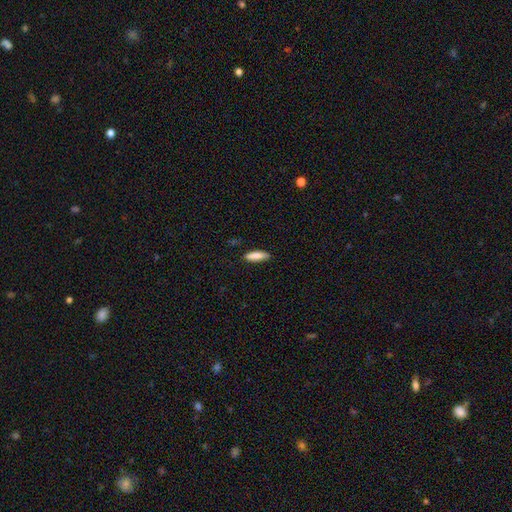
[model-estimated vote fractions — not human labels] smooth-or-featured: smooth: 85% | featured or disk: 9% | star or artifact: 6%
  how-rounded: cigar-shaped: 56% | in between: 42% | round: 2%
  merging: none: 85% | minor disturbance: 12% | major disturbance: 2% | merger: 1%